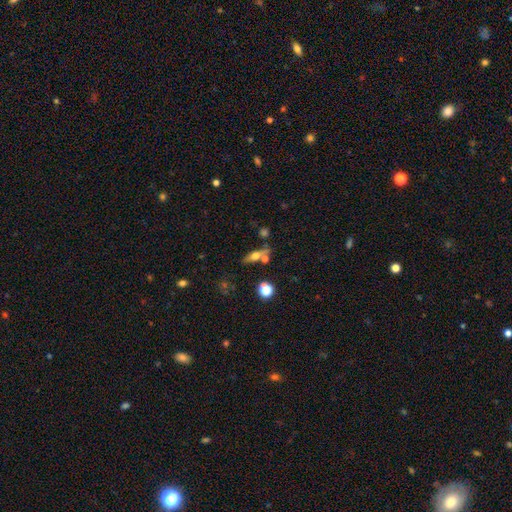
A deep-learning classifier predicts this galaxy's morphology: type=featured or disk (44%, tied with smooth); merging=none (63%).